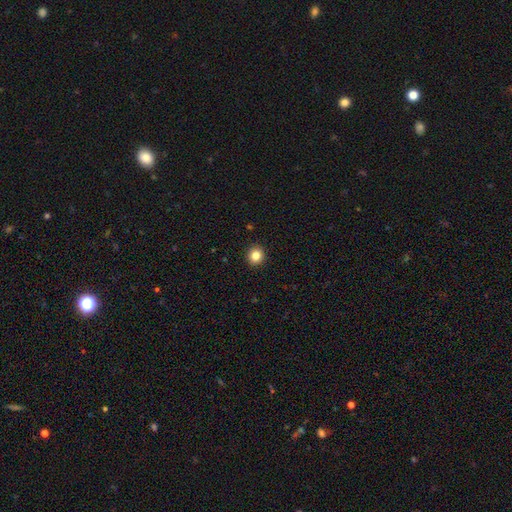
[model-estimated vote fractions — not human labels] smooth_or_featured: smooth (p=0.84) [alt: star or artifact p=0.11]
how_rounded: round (p=0.90) [alt: in between p=0.09]
merging: none (p=0.93) [alt: minor disturbance p=0.05]